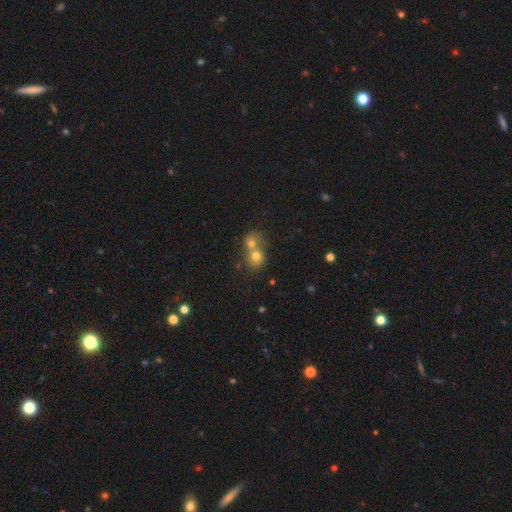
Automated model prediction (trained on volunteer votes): A smooth galaxy with no disk features (70%) that is round (69%).

Vote fractions:
- Smooth or featured? smooth: 70% / featured or disk: 17% / star or artifact: 13%
- How rounded? round: 69% / in between: 30% / cigar-shaped: 1%
- Merging? merger: 70% / none: 22% / minor disturbance: 5% / major disturbance: 3%